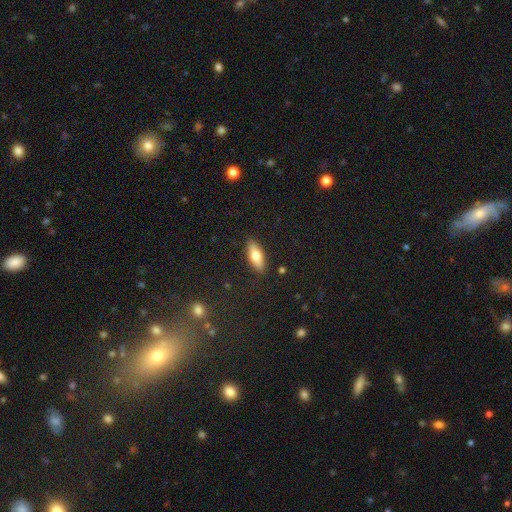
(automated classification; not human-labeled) Smooth or featured? smooth (71%)
How rounded? in between (67%)
Merging? none (88%)